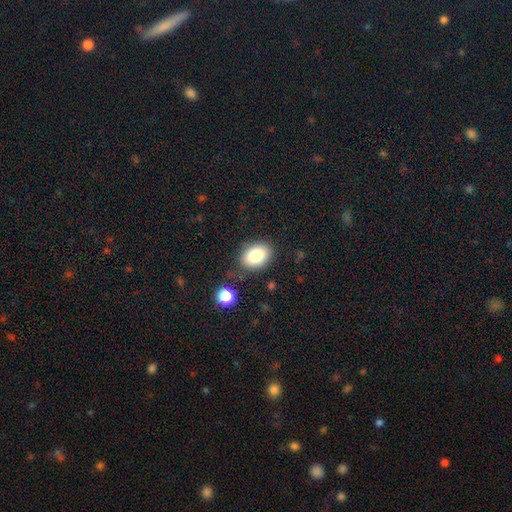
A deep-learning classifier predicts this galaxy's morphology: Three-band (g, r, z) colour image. It shows a smooth galaxy with no disk features (84%) that is in between round and cigar-shaped (78%). Merging: none (79%).